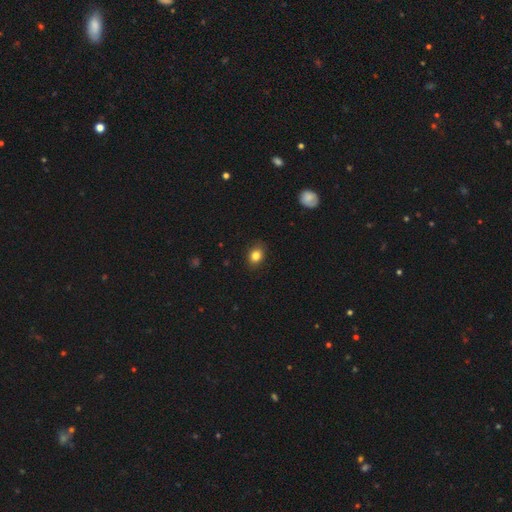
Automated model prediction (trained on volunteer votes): smooth 83%, star or artifact 11%, featured or disk 6%. Down the decision tree: how rounded — in between (52%); merging — none (86%).